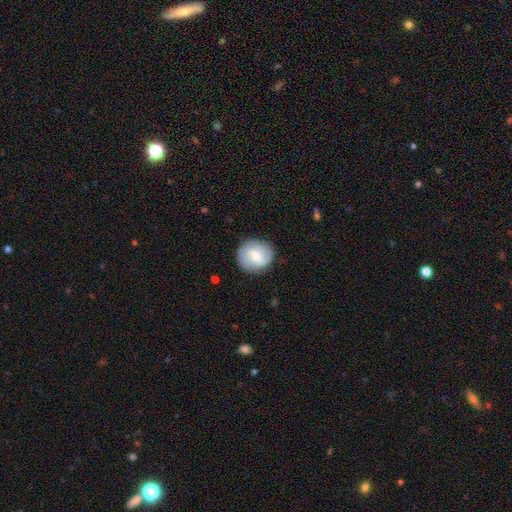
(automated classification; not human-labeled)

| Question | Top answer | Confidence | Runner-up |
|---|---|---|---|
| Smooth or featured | smooth | 48% | featured or disk (45%) |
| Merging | none | 84% | minor disturbance (12%) |